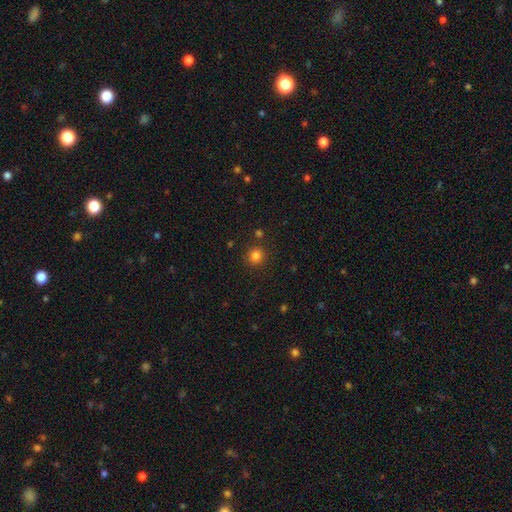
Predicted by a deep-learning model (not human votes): Smooth or featured: smooth — 82% (star or artifact — 13%)
How rounded: round — 91% (in between — 8%)
Merging: none — 88% (minor disturbance — 6%)